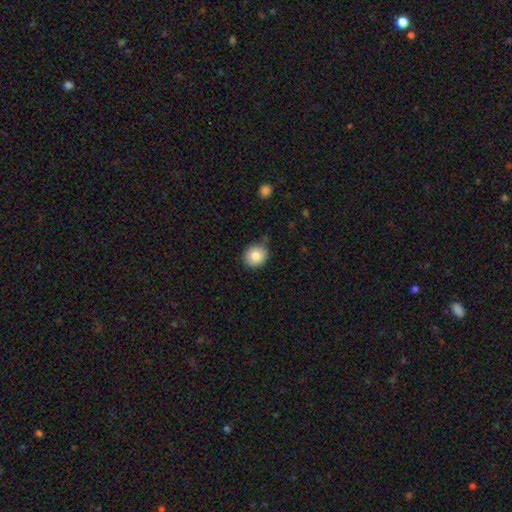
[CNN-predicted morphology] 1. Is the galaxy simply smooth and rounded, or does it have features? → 82% smooth, 9% star or artifact, 8% featured or disk.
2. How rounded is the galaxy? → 82% round, 17% in between, 1% cigar-shaped.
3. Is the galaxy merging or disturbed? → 76% none, 19% minor disturbance, 3% major disturbance, 2% merger.